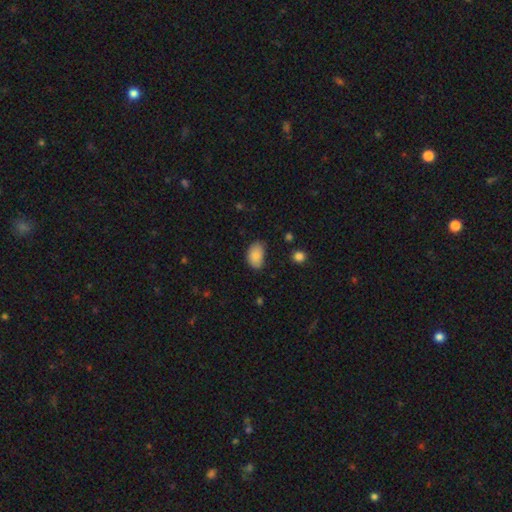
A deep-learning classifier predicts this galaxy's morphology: A smooth galaxy with no disk features (84%) that is in between round and cigar-shaped (89%). Merging: none (66%).